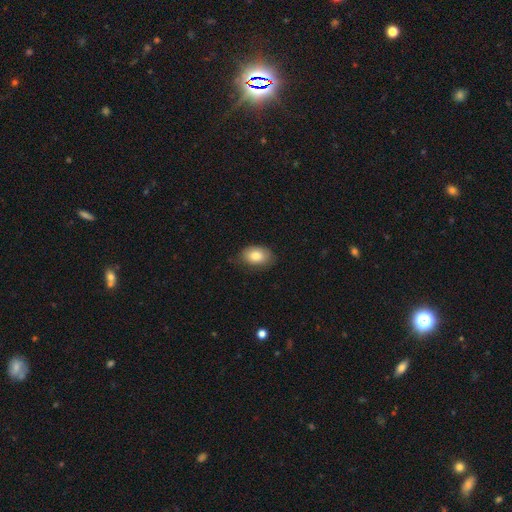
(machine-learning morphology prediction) Smooth or featured: smooth — 83% (featured or disk — 10%)
How rounded: in between — 86% (round — 13%)
Merging: none — 74% (minor disturbance — 21%)